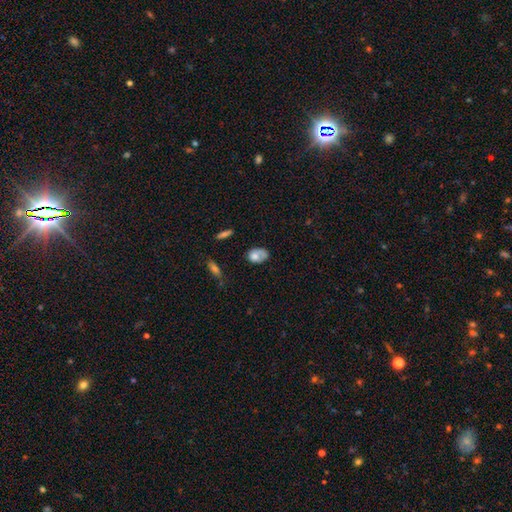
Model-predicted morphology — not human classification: A smooth galaxy with no disk features (70%) that is in between round and cigar-shaped (79%). Merging: none (45%).